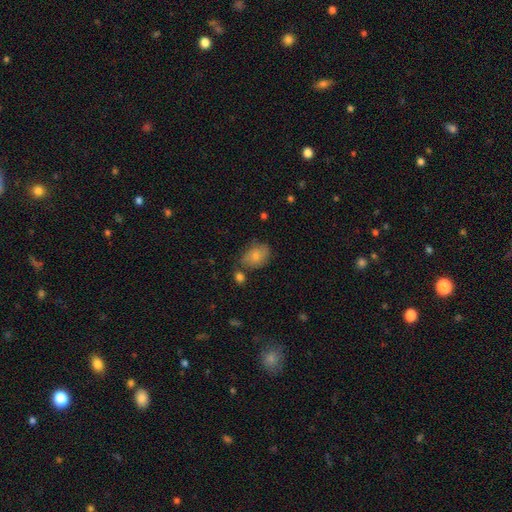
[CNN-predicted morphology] smooth-or-featured: smooth: 79% | featured or disk: 14% | star or artifact: 8%
  how-rounded: in between: 80% | round: 19% | cigar-shaped: 1%
  merging: none: 64% | minor disturbance: 22% | merger: 8% | major disturbance: 6%